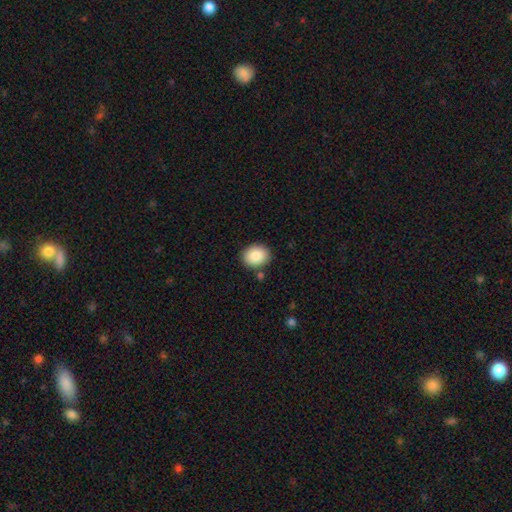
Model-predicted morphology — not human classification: The model was most divided on "how rounded": in between: 53%, round: 46%, cigar-shaped: 1%. More confident: smooth or featured — smooth (88%); merging — none (83%).